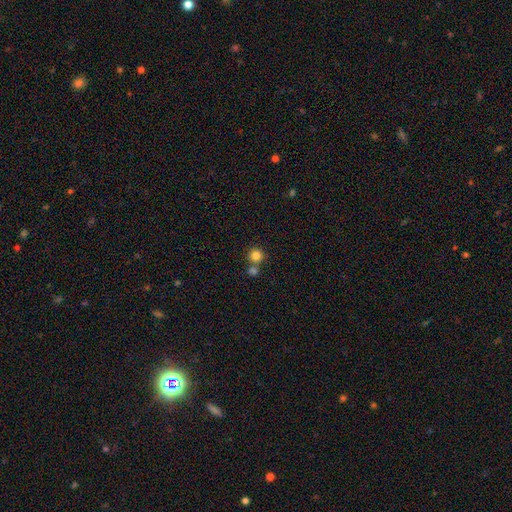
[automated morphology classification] This appears to be a smooth galaxy with no disk features (83%) that is round (93%). Merging: none (63%).